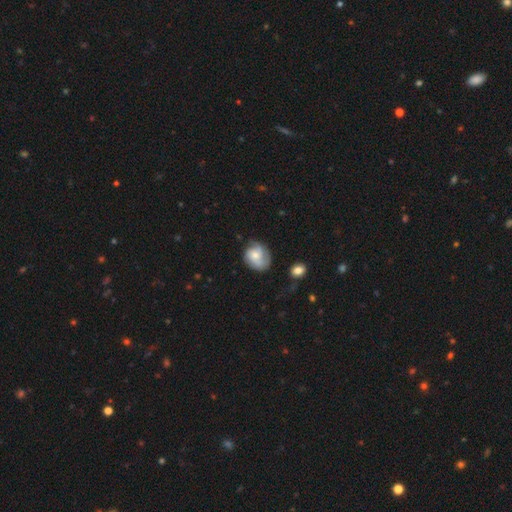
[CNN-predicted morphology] Smooth or featured: featured or disk — 52% (smooth — 41%)
Edge-on disk: no — 97% (yes — 3%)
Bar: no — 73% (weak — 24%)
Spiral arms: yes — 85% (no — 15%)
Bulge size: small — 45% (moderate — 44%)
Merging: none — 59% (minor disturbance — 28%)